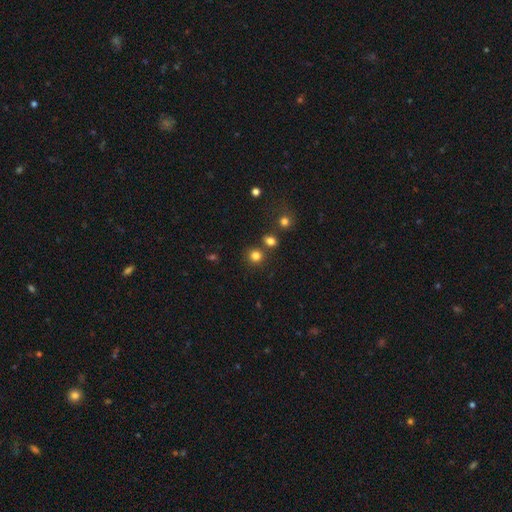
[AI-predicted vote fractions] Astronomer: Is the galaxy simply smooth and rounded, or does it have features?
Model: smooth — 80%.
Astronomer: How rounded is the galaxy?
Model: round — 89%.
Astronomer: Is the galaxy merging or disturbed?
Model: none — 78%.